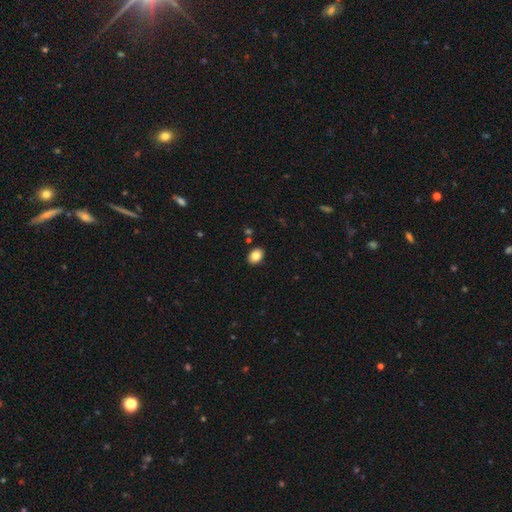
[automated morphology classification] Smooth or featured?
  - smooth: 84% *
  - star or artifact: 9%
  - featured or disk: 8%
How rounded?
  - in between: 69% *
  - round: 30%
  - cigar-shaped: 1%
Merging?
  - none: 88% *
  - minor disturbance: 8%
  - merger: 2%
  - major disturbance: 2%